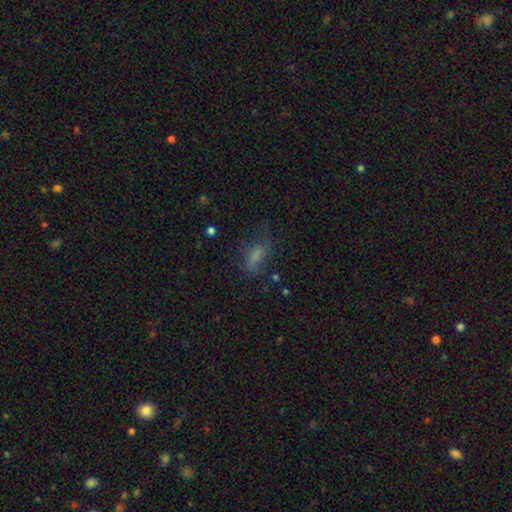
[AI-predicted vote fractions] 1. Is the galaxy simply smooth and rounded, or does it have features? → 70% smooth, 16% featured or disk, 14% star or artifact.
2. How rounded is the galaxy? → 76% in between, 18% cigar-shaped, 6% round.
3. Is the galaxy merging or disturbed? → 55% none, 25% minor disturbance, 18% major disturbance, 3% merger.